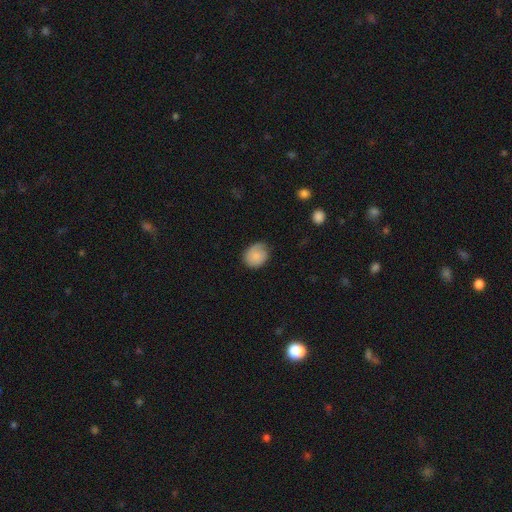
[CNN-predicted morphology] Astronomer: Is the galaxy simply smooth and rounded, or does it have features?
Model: smooth — 81%.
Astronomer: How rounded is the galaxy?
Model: round — 63%.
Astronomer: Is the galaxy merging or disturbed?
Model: none — 65%.